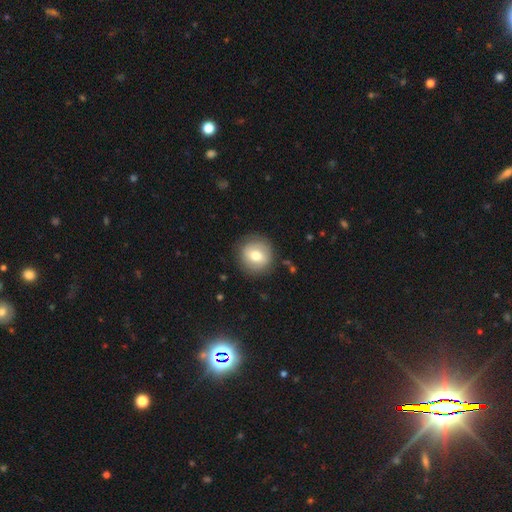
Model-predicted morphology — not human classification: Smooth or featured? smooth (69%)
How rounded? round (90%)
Merging? none (87%)